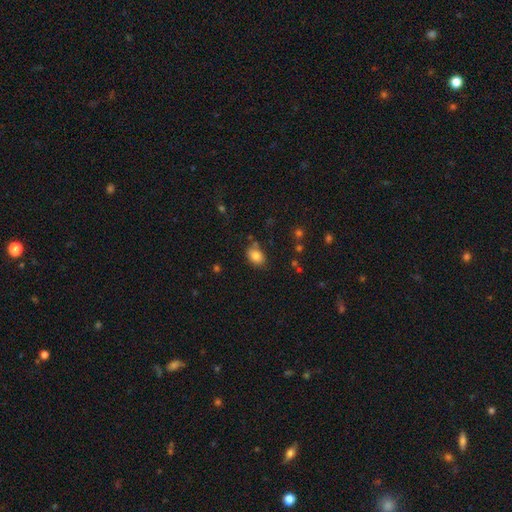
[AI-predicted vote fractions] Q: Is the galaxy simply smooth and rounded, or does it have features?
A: smooth — 83%.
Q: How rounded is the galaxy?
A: in between — 74%.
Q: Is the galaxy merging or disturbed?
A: none — 75%.